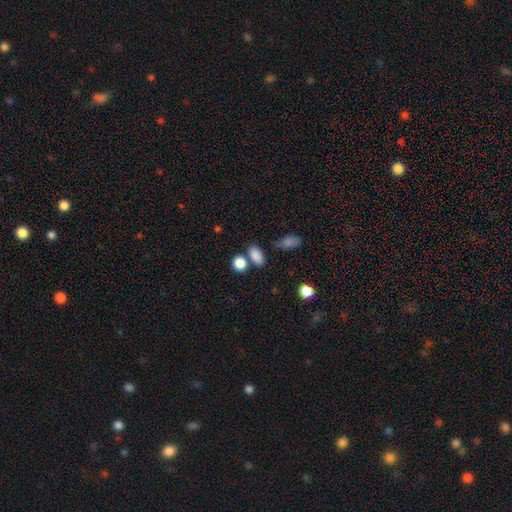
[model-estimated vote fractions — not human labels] Smooth or featured?
  - smooth: 85% *
  - star or artifact: 11%
  - featured or disk: 5%
How rounded?
  - in between: 79% *
  - round: 19%
  - cigar-shaped: 2%
Merging?
  - none: 68% *
  - merger: 17%
  - minor disturbance: 12%
  - major disturbance: 4%